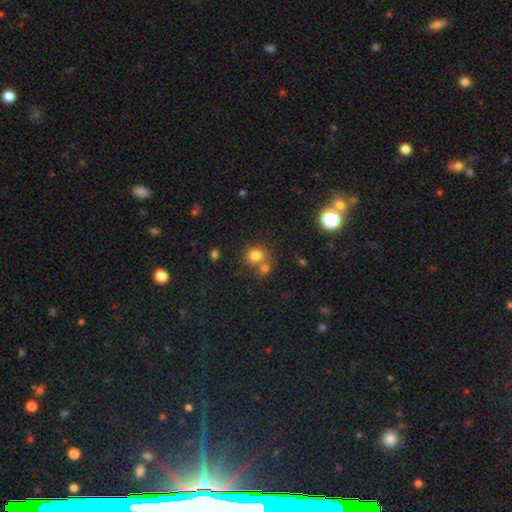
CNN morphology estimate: Smooth or featured?
  - smooth: 78% *
  - star or artifact: 13%
  - featured or disk: 8%
How rounded?
  - round: 82% *
  - in between: 17%
  - cigar-shaped: 1%
Merging?
  - none: 53% *
  - merger: 34%
  - minor disturbance: 9%
  - major disturbance: 4%